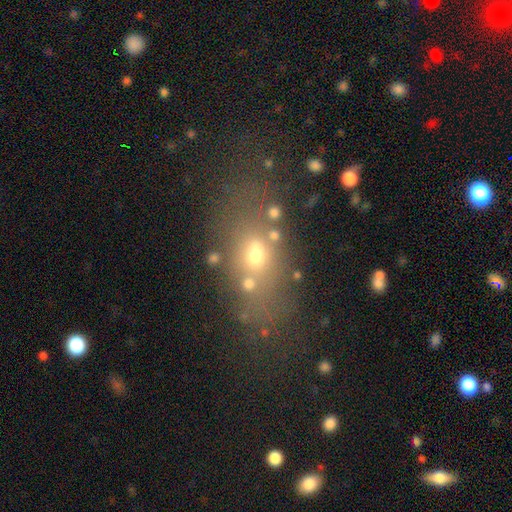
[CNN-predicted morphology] type=smooth (53%); roundness=in between (68%); merging=none (66%).